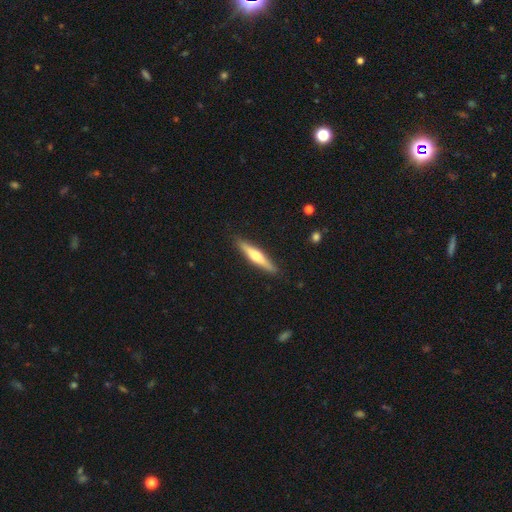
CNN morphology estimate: Overall: featured or disk (53%; smooth 42%). Edge-on disk: yes (96%). Edge-on bulge: rounded (85%). Merging: none (90%).